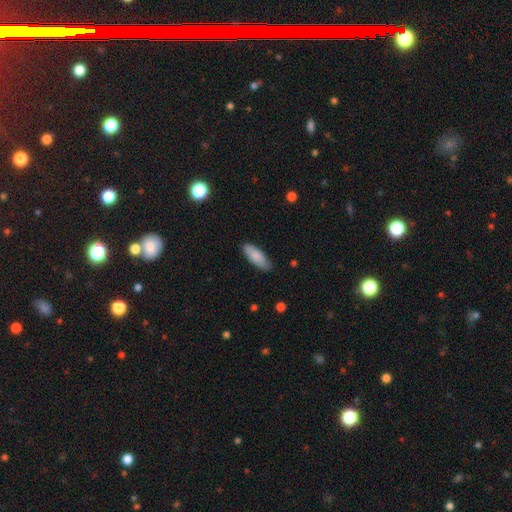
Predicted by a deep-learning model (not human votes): This appears to be a smooth galaxy with no disk features (83%) that is in between round and cigar-shaped (70%). Merging: none (82%).